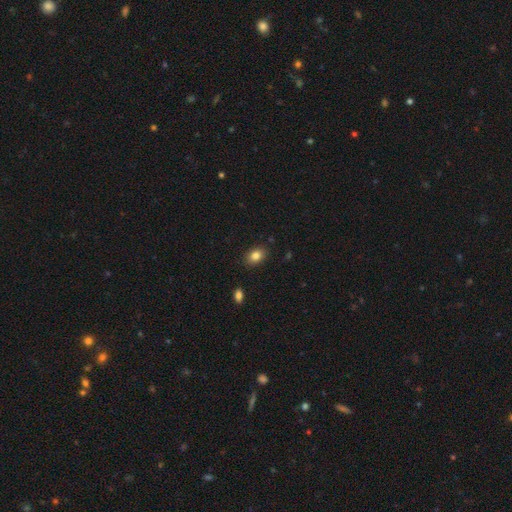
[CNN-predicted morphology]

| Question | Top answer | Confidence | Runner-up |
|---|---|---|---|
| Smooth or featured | smooth | 84% | star or artifact (9%) |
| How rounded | in between | 77% | round (22%) |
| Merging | none | 87% | minor disturbance (10%) |